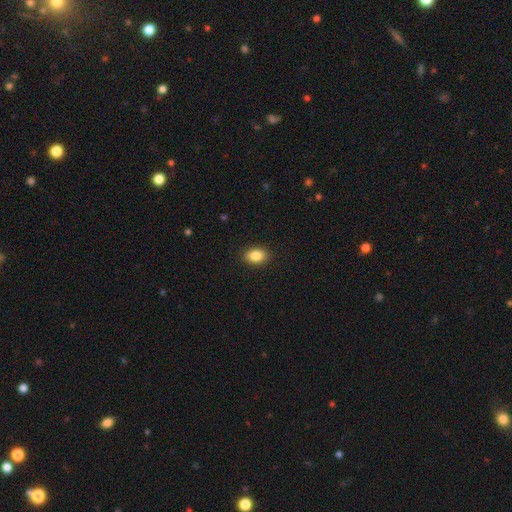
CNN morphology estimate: A smooth galaxy with no disk features (86%) that is in between round and cigar-shaped (82%). Merging: none (90%).